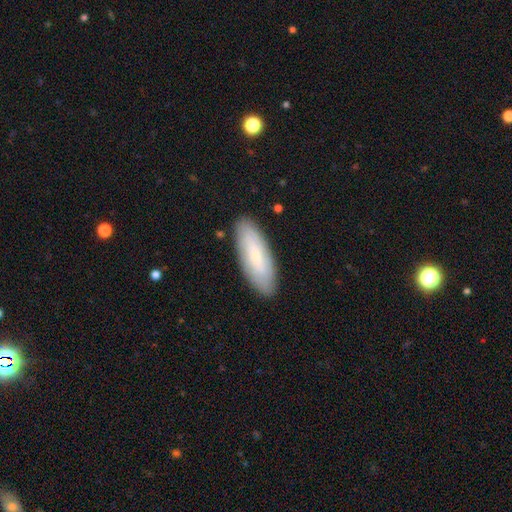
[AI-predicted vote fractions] The model was most divided on "how rounded": in between: 61%, cigar-shaped: 37%, round: 2%. More confident: merging — none (87%); smooth or featured — smooth (64%).